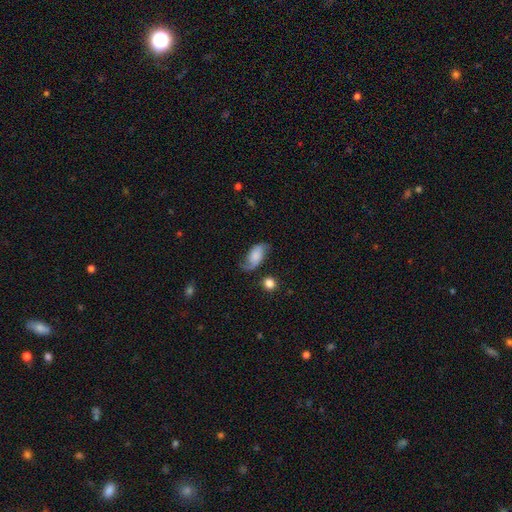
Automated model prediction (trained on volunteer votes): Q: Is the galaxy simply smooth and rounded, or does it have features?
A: featured or disk — 50%.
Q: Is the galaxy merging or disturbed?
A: none — 53%.